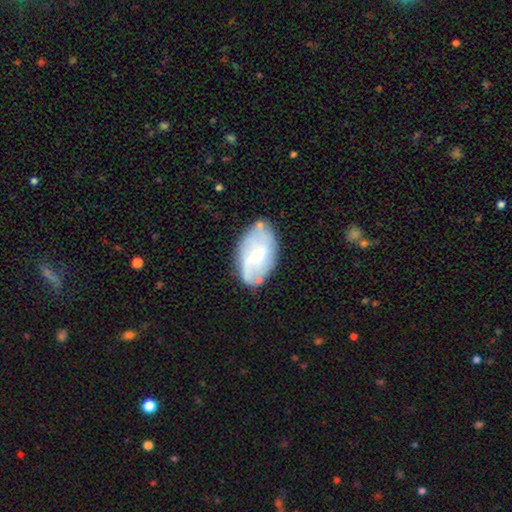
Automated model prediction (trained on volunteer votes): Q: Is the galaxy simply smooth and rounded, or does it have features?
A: featured or disk — 47%.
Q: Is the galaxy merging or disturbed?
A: none — 65%.